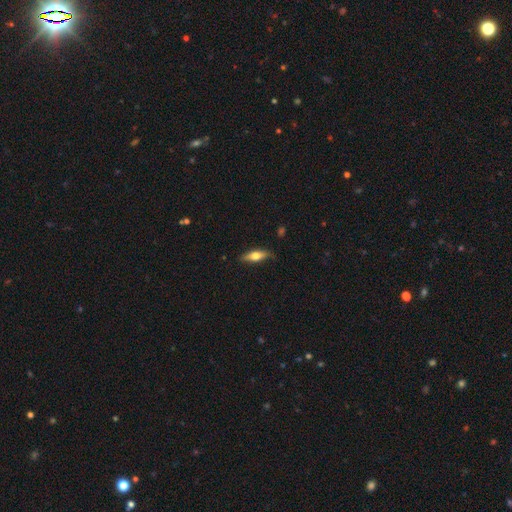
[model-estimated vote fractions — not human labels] Overall: smooth (56%; featured or disk 38%). How rounded: cigar-shaped (49%; in between 48%). Merging: none (83%).